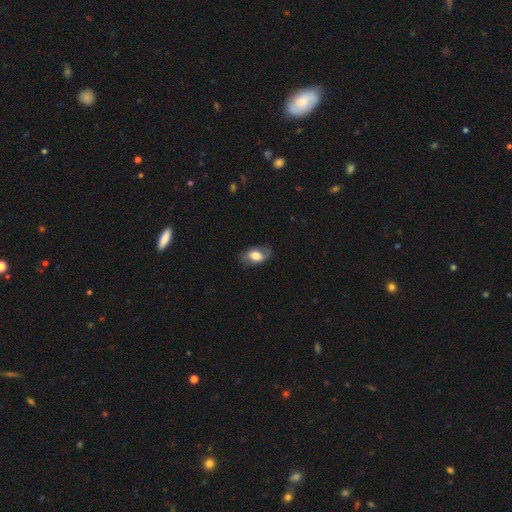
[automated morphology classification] Q: Smooth or featured?
A: smooth (65%); runner-up: featured or disk (28%)
Q: How rounded?
A: in between (89%); runner-up: round (9%)
Q: Merging?
A: none (71%); runner-up: minor disturbance (20%)